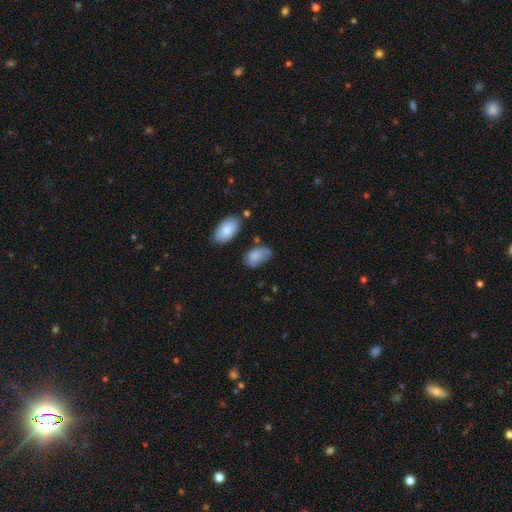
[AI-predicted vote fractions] smooth-or-featured: smooth: 79% | featured or disk: 13% | star or artifact: 8%
  how-rounded: in between: 91% | round: 7% | cigar-shaped: 2%
  merging: none: 51% | minor disturbance: 31% | major disturbance: 11% | merger: 7%